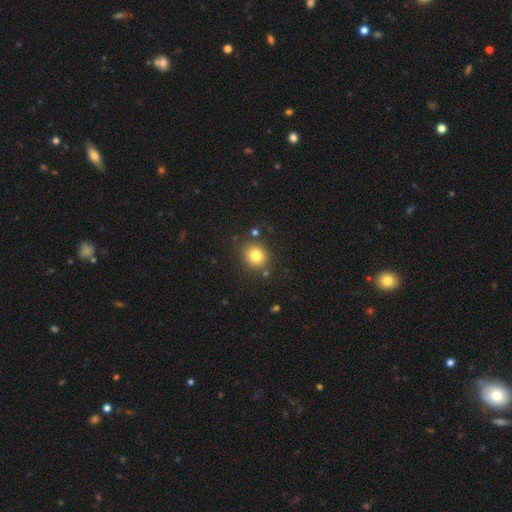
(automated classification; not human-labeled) smooth 79%, star or artifact 13%, featured or disk 8%. Down the decision tree: how rounded — round (86%); merging — none (84%).